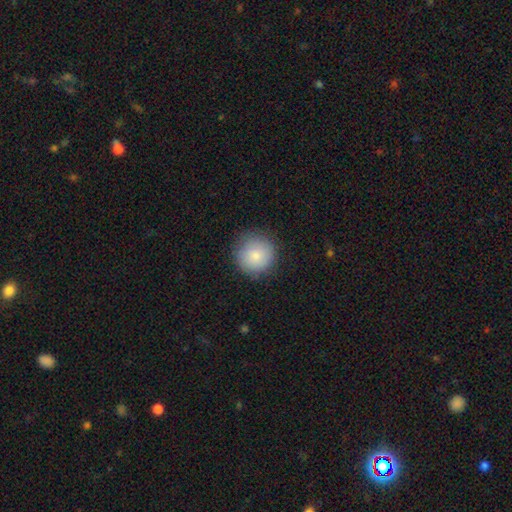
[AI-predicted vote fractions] This is clearly a smooth galaxy (84%). How rounded: clearly round (94%). Merging: clearly none (85%).